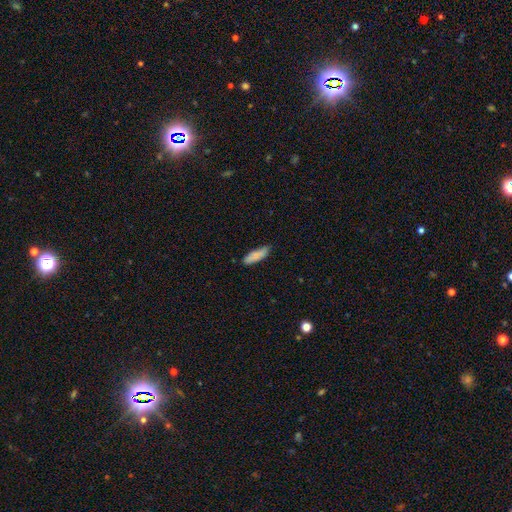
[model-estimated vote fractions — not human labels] smooth_or_featured: smooth (p=0.86) [alt: featured or disk p=0.08]
how_rounded: in between (p=0.50) [alt: cigar-shaped p=0.49]
merging: none (p=0.78) [alt: minor disturbance p=0.18]